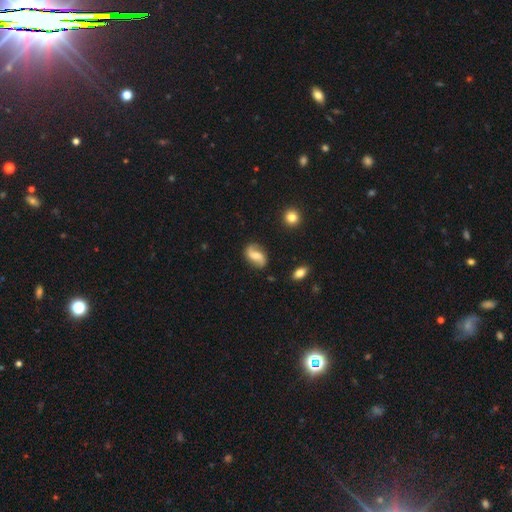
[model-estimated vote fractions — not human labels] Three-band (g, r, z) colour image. It shows a featured or disk galaxy (63%) with a weak bar (45%), 2 (90%) loose (66%) spiral arms (92%) and a moderate central bulge (46%). Merging: none (78%).